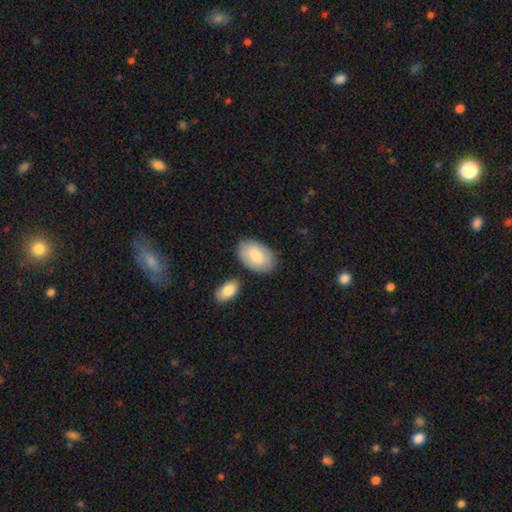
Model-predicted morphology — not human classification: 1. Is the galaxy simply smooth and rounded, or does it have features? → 81% smooth, 14% featured or disk, 5% star or artifact.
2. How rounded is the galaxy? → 94% in between, 5% round, 1% cigar-shaped.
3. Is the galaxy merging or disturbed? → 78% none, 14% minor disturbance, 6% merger, 3% major disturbance.